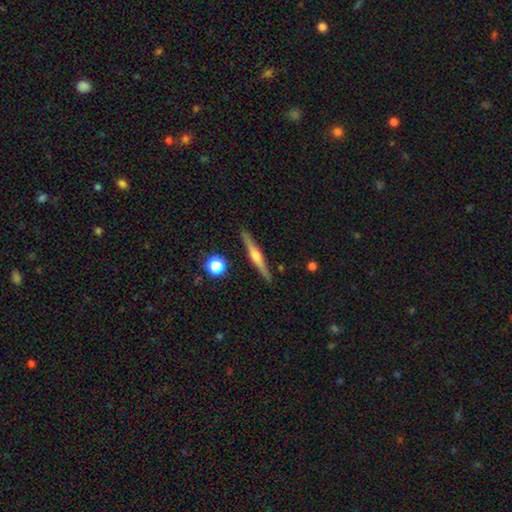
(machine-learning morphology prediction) Smooth or featured? featured or disk (72%)
Edge-on disk? yes (98%)
Edge-on bulge? rounded (88%)
Merging? none (91%)